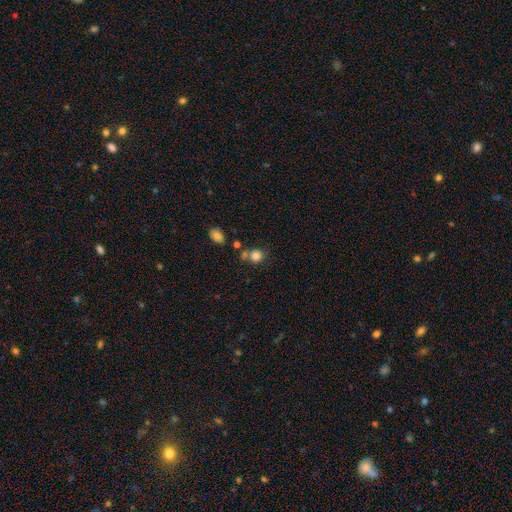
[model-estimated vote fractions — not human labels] Smooth or featured?
  - smooth: 82% *
  - star or artifact: 11%
  - featured or disk: 7%
How rounded?
  - round: 81% *
  - in between: 18%
  - cigar-shaped: 1%
Merging?
  - none: 60% *
  - merger: 19%
  - minor disturbance: 15%
  - major disturbance: 6%